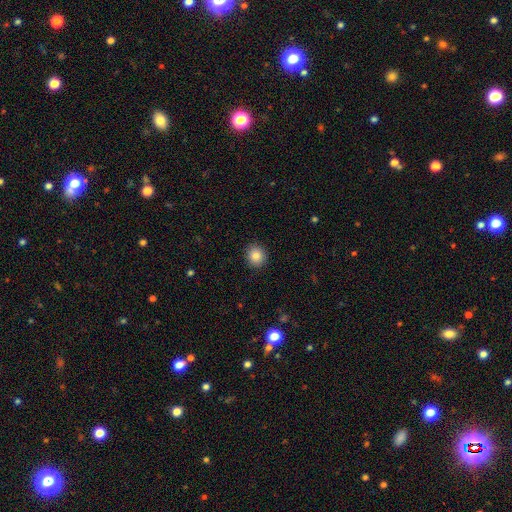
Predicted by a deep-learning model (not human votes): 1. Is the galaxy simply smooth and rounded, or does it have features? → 85% smooth, 10% star or artifact, 5% featured or disk.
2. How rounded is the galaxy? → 86% round, 13% in between, 1% cigar-shaped.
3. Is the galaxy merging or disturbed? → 91% none, 6% minor disturbance, 2% major disturbance, 1% merger.